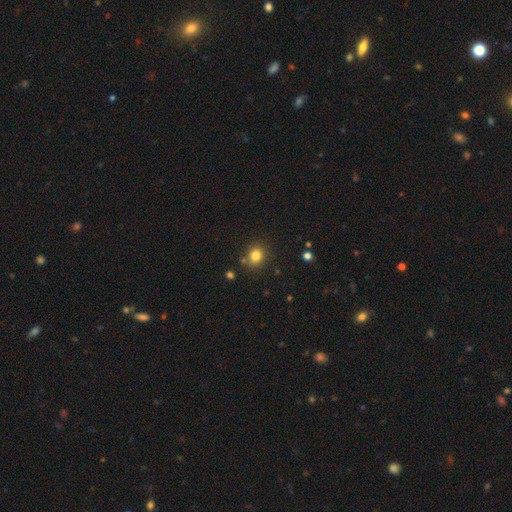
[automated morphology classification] Q: Smooth or featured?
A: smooth (82%); runner-up: star or artifact (12%)
Q: How rounded?
A: round (62%); runner-up: in between (37%)
Q: Merging?
A: none (79%); runner-up: minor disturbance (12%)